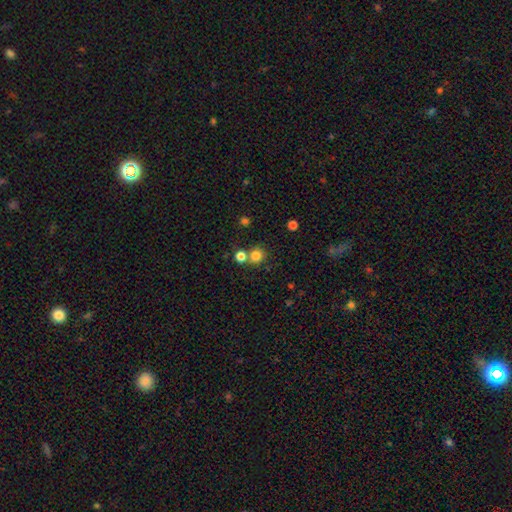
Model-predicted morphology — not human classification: The model was most divided on "merging": none: 64%, merger: 26%, minor disturbance: 7%, major disturbance: 3%. More confident: how rounded — round (90%); smooth or featured — smooth (81%).